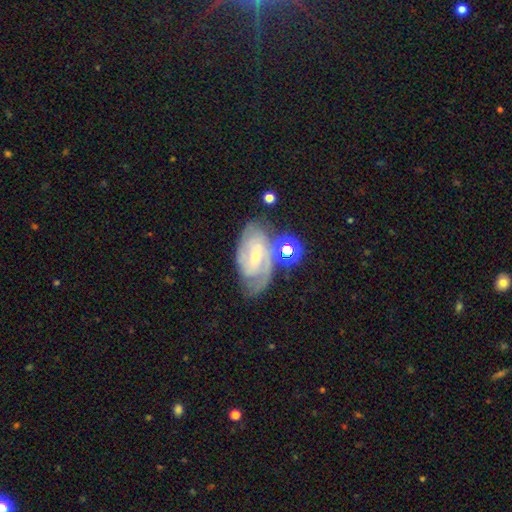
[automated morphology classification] This is clearly a featured or disk galaxy (83%). It is clearly not viewed edge-on (96%). Bar: possibly weak (47%). Spiral arm pattern: clearly yes (96%). Spiral arm count: possibly 2 (48%). Spiral winding: possibly tight (55%). Central bulge: likely small (69%). Merging: likely none (62%).